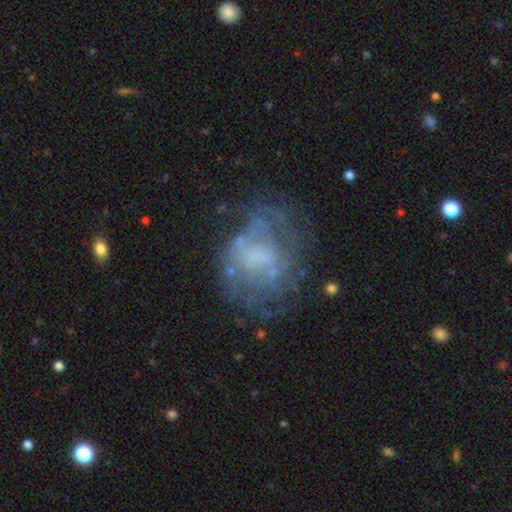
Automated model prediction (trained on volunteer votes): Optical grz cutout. It shows a featured or disk galaxy (67%) with no bar (70%), no spiral arms (56%) and no central bulge (41%). Merging: none (51%).